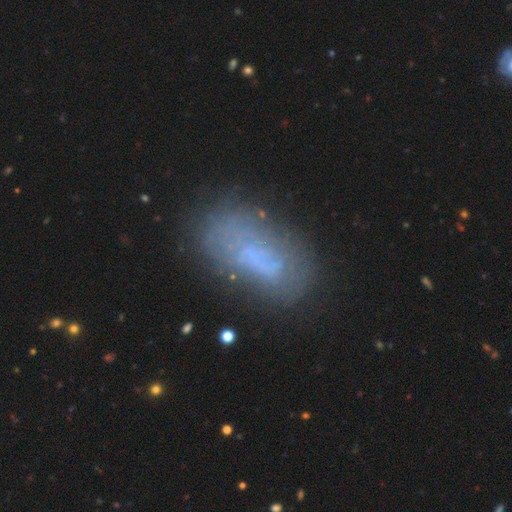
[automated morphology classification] Smooth or featured? smooth (50%)
Merging? none (62%)